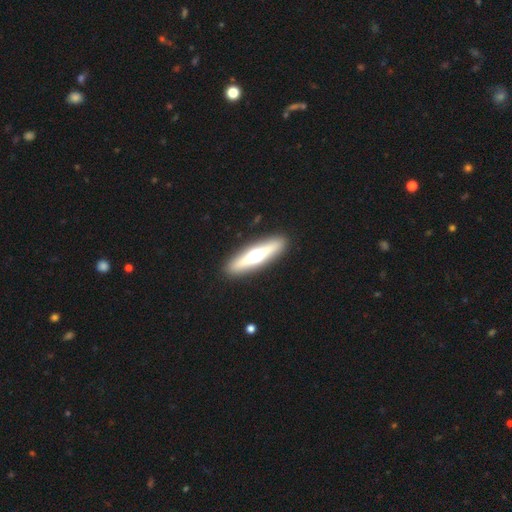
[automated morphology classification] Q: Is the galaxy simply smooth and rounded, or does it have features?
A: featured or disk — 62%.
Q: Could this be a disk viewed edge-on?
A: yes — 93%.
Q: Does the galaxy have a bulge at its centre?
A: rounded — 94%.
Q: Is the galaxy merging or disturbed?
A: none — 91%.